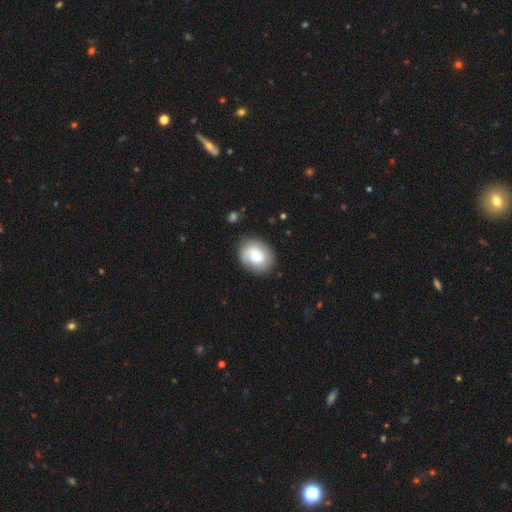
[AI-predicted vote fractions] Smooth or featured? smooth (56%)
How rounded? in between (54%)
Merging? none (78%)